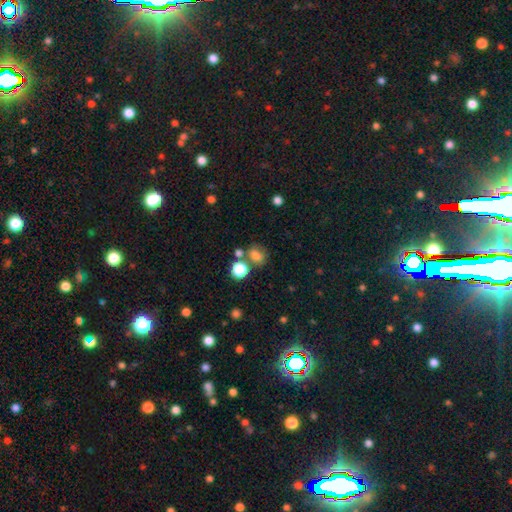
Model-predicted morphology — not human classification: A smooth galaxy with no disk features (76%) that is in between round and cigar-shaped (50%).

Vote fractions:
- Smooth or featured? smooth: 76% / star or artifact: 16% / featured or disk: 9%
- How rounded? in between: 50% / round: 48% / cigar-shaped: 1%
- Merging? none: 57% / merger: 20% / minor disturbance: 15% / major disturbance: 7%